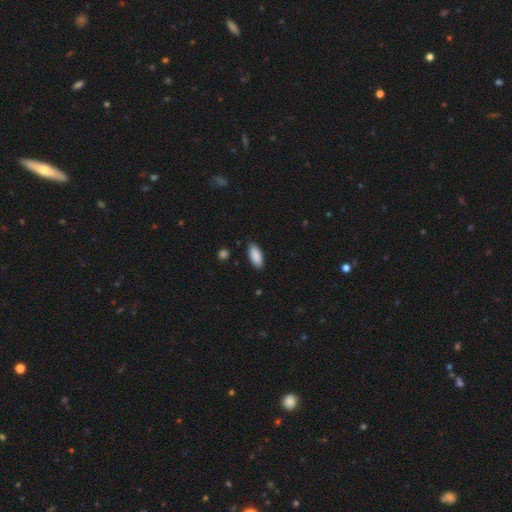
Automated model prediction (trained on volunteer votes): Smooth or featured? Predicted: smooth (p=0.90). How rounded? Predicted: in between (p=0.86). Merging? Predicted: none (p=0.86).